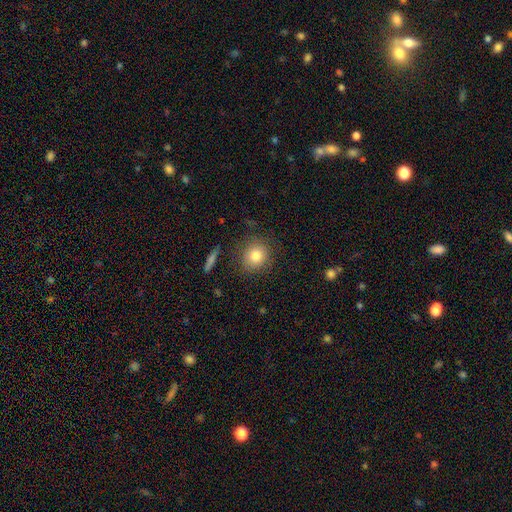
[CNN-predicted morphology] Overall: smooth (81%). How rounded: round (80%). Merging: none (83%).